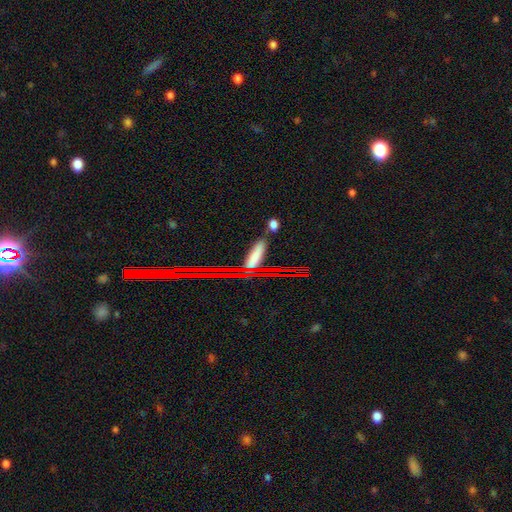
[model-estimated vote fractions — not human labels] Smooth or featured? smooth (58%)
How rounded? cigar-shaped (59%)
Merging? none (70%)